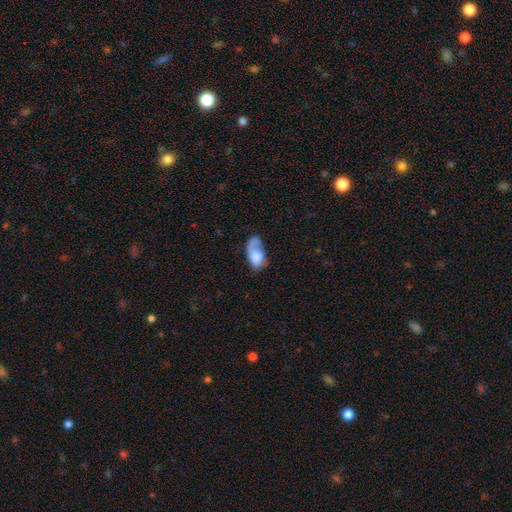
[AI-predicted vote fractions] smooth_or_featured: smooth (p=0.66) [alt: featured or disk p=0.27]
how_rounded: in between (p=0.92) [alt: round p=0.05]
merging: major disturbance (p=0.33) [alt: none p=0.31]